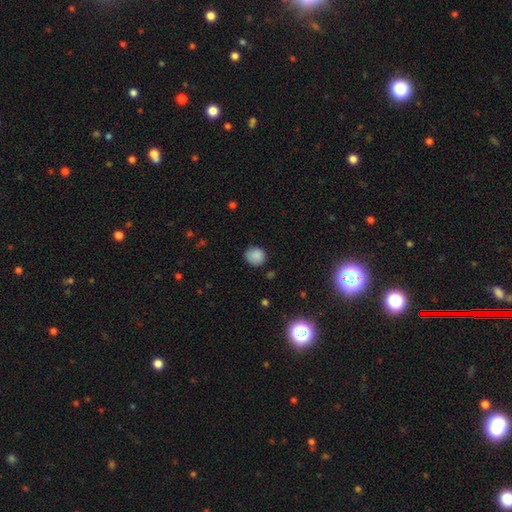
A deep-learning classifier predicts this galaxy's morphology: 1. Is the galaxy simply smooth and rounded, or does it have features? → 87% smooth, 9% star or artifact, 4% featured or disk.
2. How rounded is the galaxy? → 86% round, 13% in between, 1% cigar-shaped.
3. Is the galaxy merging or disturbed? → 81% none, 14% minor disturbance, 3% major disturbance, 1% merger.